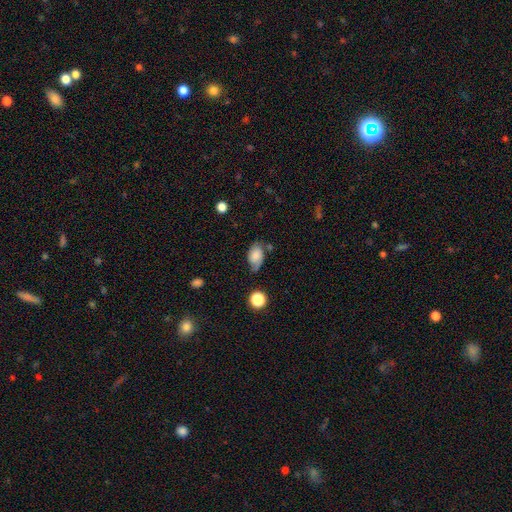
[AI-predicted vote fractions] Morphology: type=smooth (67%); roundness=in between (88%); merging=none (55%).